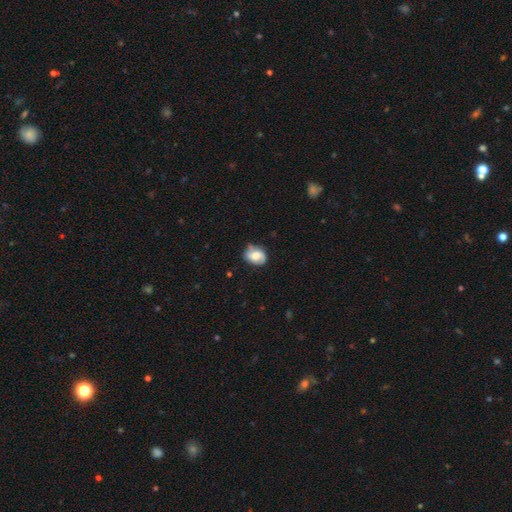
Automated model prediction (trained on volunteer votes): Smooth or featured? featured or disk (48%)
Merging? none (68%)